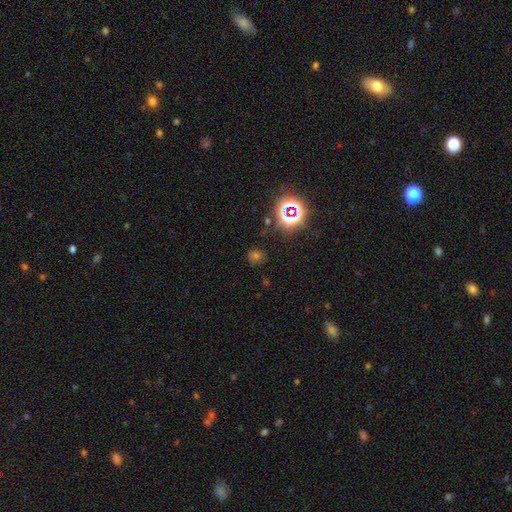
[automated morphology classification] The model was most divided on "smooth or featured" (2-way tie): star or artifact: 46%, smooth: 46%, featured or disk: 8%.